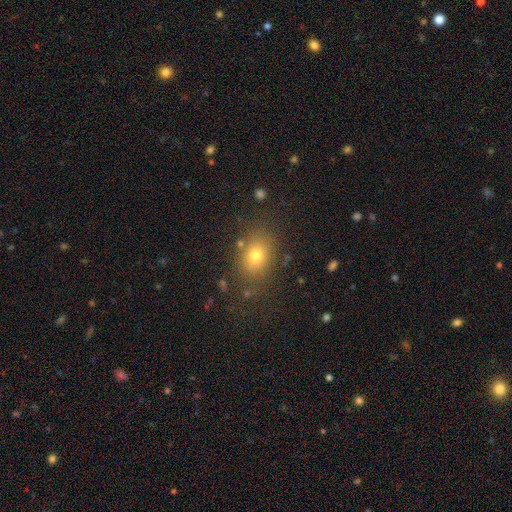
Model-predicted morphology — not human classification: type=smooth (74%); roundness=in between (61%); merging=none (80%).